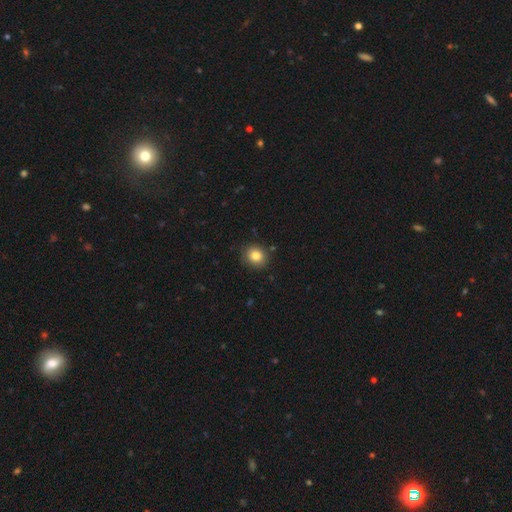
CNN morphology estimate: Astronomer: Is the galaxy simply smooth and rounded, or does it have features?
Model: smooth — 83%.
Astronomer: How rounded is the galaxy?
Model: round — 79%.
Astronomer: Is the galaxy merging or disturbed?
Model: none — 87%.